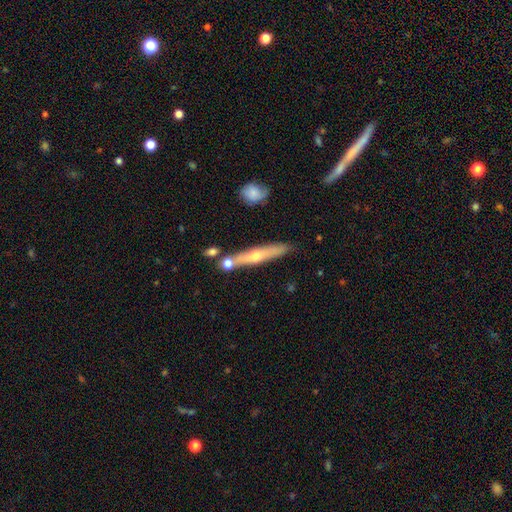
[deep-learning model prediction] Smooth or featured? Predicted: featured or disk (p=0.52). Edge-on disk? Predicted: yes (p=0.89). Merging? Predicted: none (p=0.75).